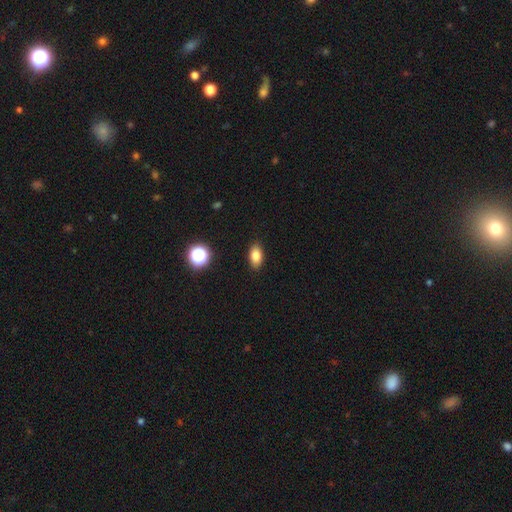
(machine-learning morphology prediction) This appears to be a smooth galaxy with no disk features (82%) that is in between round and cigar-shaped (87%). Merging: none (89%).